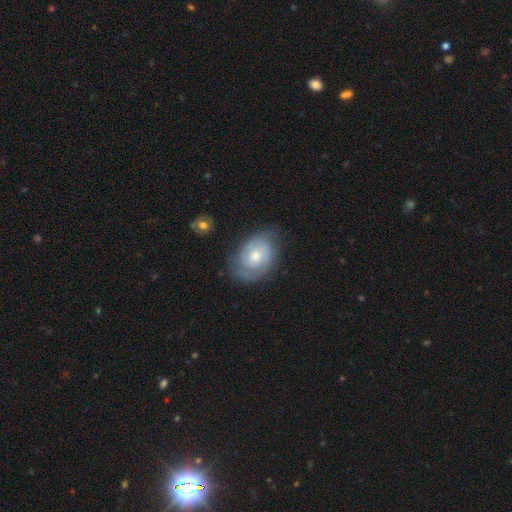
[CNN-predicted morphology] smooth-or-featured: featured or disk: 71% | smooth: 23% | star or artifact: 6%
  disk-edge-on: no: 97% | yes: 3%
    bar: no: 70% | weak: 27% | strong: 3%
    has-spiral-arms: yes: 89% | no: 11%
      spiral-winding: tight: 61% | medium: 30% | loose: 9%
      spiral-arm-count: 2: 51% | can't tell: 28% | 3: 9% | 1: 6% | 4: 2% | more than 4: 2%
    bulge-size: moderate: 61% | small: 32% | large: 5% | none: 2% | dominant: 1%
  merging: none: 70% | minor disturbance: 21% | major disturbance: 7% | merger: 2%